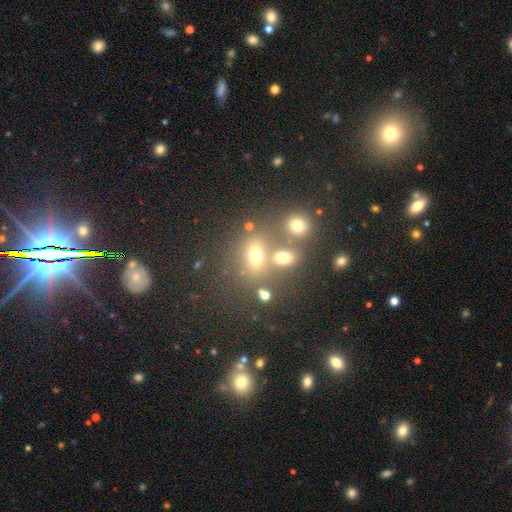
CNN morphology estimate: This appears to be a smooth galaxy with no disk features (63%) that is in between round and cigar-shaped (57%). Merging: none (50%).